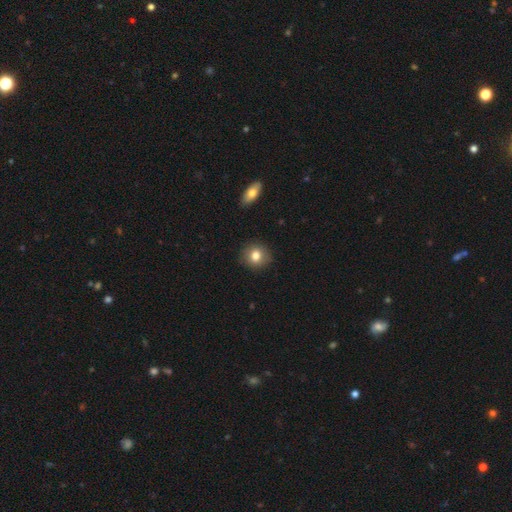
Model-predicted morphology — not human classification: Smooth or featured? smooth (81%)
How rounded? round (86%)
Merging? none (89%)